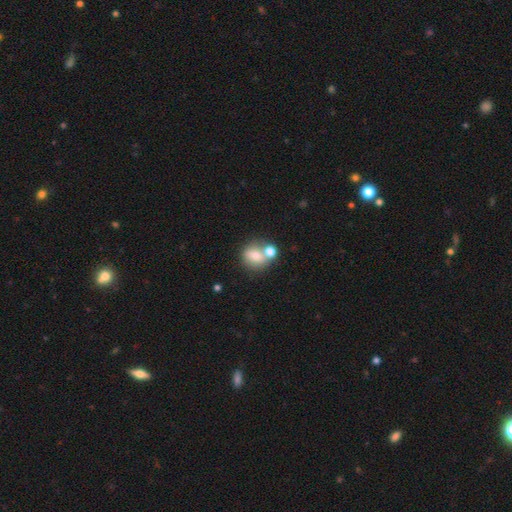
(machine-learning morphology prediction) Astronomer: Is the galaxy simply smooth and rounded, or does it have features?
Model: smooth — 75%.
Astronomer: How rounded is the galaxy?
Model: round — 58% (runner-up: in between, 40%).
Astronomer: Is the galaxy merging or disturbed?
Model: none — 45% (runner-up: merger, 36%).